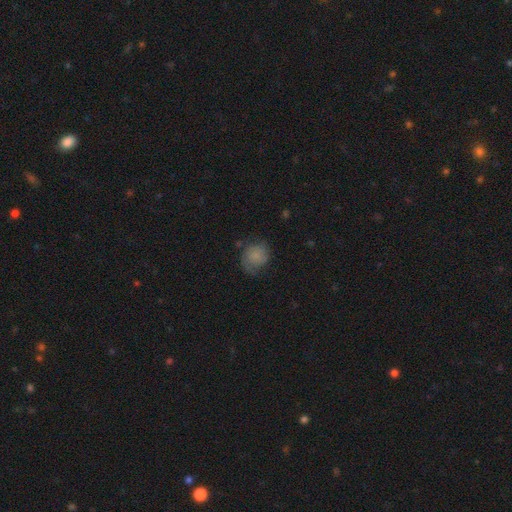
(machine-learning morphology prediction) The model was most divided on "smooth or featured": smooth: 55%, featured or disk: 36%, star or artifact: 9%. More confident: how rounded — round (68%); merging — none (55%).